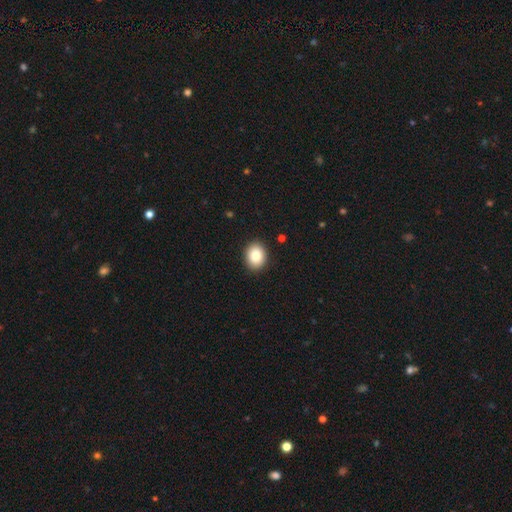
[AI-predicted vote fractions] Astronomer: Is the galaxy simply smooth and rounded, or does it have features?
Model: smooth — 87%.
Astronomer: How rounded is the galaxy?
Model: in between — 56% (runner-up: round, 43%).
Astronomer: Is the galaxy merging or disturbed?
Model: none — 90%.